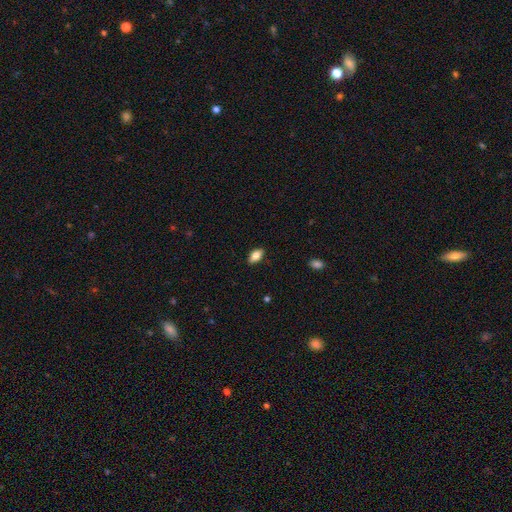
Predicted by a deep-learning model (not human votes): This appears to be a smooth galaxy with no disk features (82%) that is in between round and cigar-shaped (91%). Merging: none (88%).